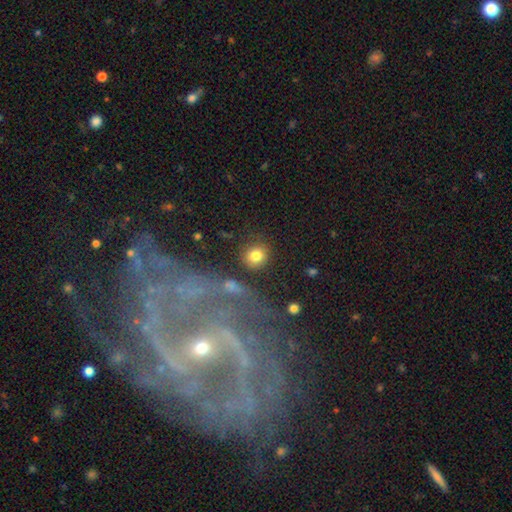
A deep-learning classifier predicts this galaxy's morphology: This is clearly a smooth galaxy (80%). How rounded: clearly round (89%). Merging: clearly none (82%).